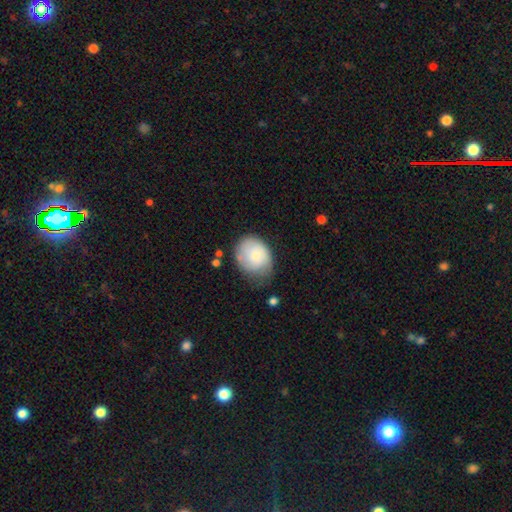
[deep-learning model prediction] Smooth or featured: smooth — 72% (featured or disk — 22%)
How rounded: round — 55% (in between — 44%)
Merging: none — 52% (minor disturbance — 35%)